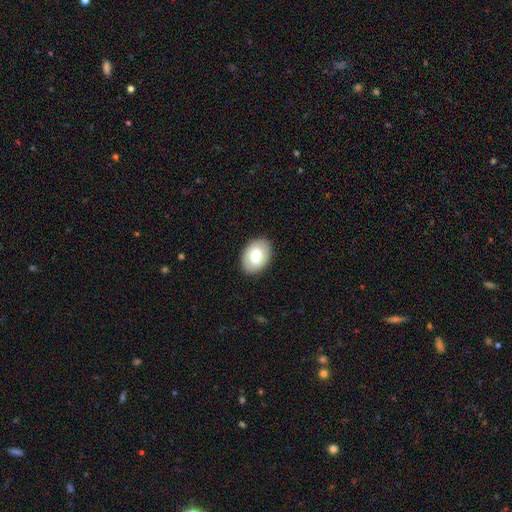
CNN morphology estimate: Smooth or featured?
  - smooth: 71% *
  - featured or disk: 22%
  - star or artifact: 7%
How rounded?
  - in between: 78% *
  - round: 21%
  - cigar-shaped: 1%
Merging?
  - none: 88% *
  - minor disturbance: 9%
  - major disturbance: 2%
  - merger: 1%